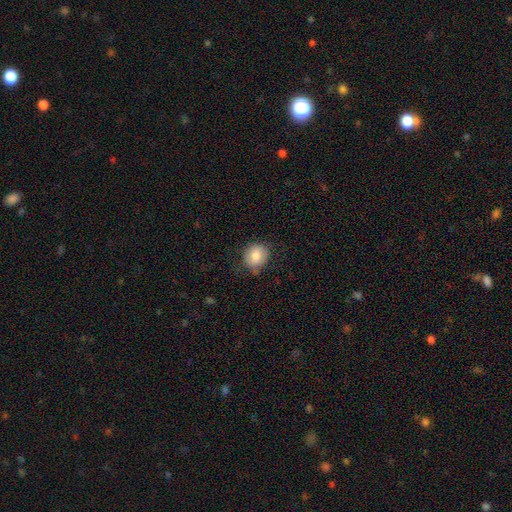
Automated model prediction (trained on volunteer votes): Smooth or featured? Predicted: smooth (p=0.80). How rounded? Predicted: round (p=0.72). Merging? Predicted: none (p=0.73).